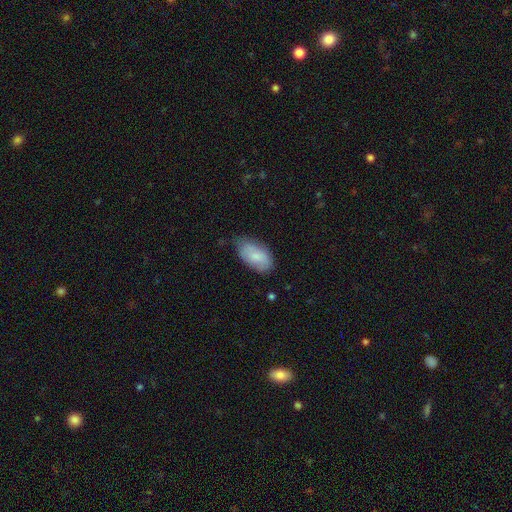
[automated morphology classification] This is likely a smooth galaxy (80%). How rounded: clearly in between (94%). Merging: likely none (60%).